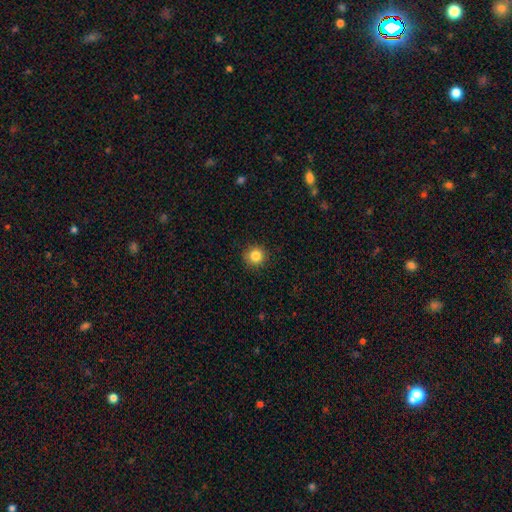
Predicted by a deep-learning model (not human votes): Smooth or featured? smooth (84%)
How rounded? round (93%)
Merging? none (91%)